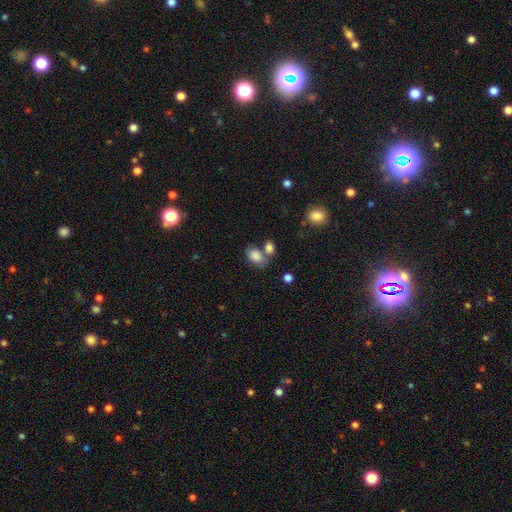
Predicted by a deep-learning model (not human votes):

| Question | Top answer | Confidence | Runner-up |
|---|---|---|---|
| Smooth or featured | smooth | 83% | star or artifact (9%) |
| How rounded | in between | 86% | round (13%) |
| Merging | none | 45% | merger (34%) |